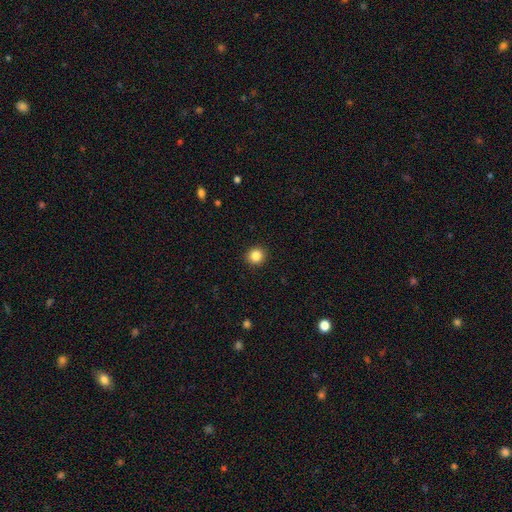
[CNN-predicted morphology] This appears to be a smooth galaxy with no disk features (85%) that is round (92%). Merging: none (93%).